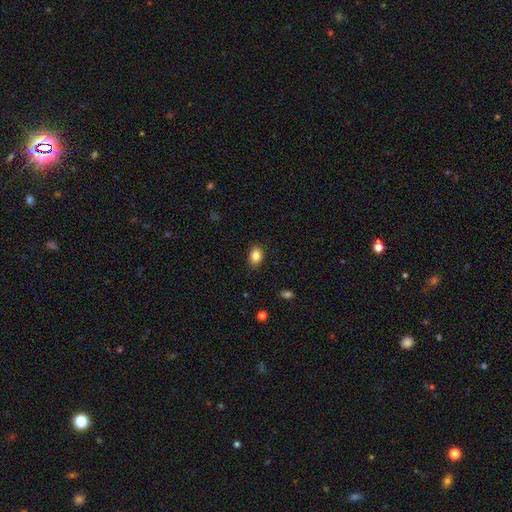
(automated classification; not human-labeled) smooth_or_featured: smooth (p=0.86) [alt: star or artifact p=0.09]
how_rounded: in between (p=0.80) [alt: round p=0.19]
merging: none (p=0.87) [alt: minor disturbance p=0.09]